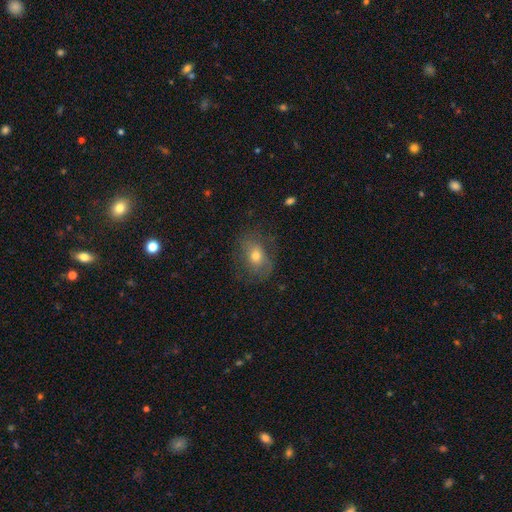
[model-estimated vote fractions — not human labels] Overall: smooth (56%; featured or disk 33%). How rounded: in between (66%; round 32%). Merging: none (66%).